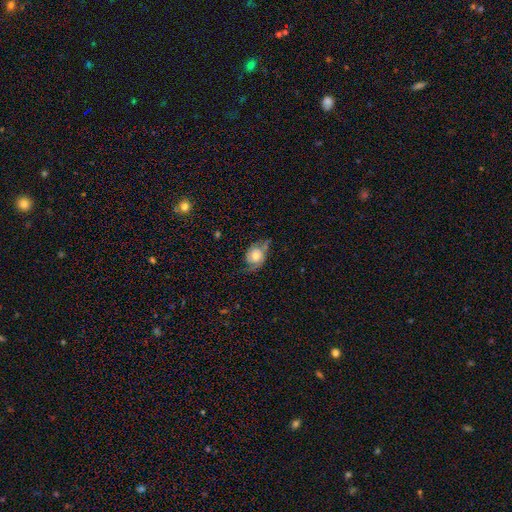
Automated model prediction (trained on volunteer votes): smooth-or-featured: featured or disk: 55% | smooth: 37% | star or artifact: 8%
  disk-edge-on: no: 93% | yes: 7%
    bar: no: 77% | weak: 19% | strong: 4%
    has-spiral-arms: yes: 79% | no: 21%
    bulge-size: moderate: 55% | small: 22% | large: 17% | none: 3% | dominant: 3%
  merging: none: 48% | minor disturbance: 29% | major disturbance: 20% | merger: 3%